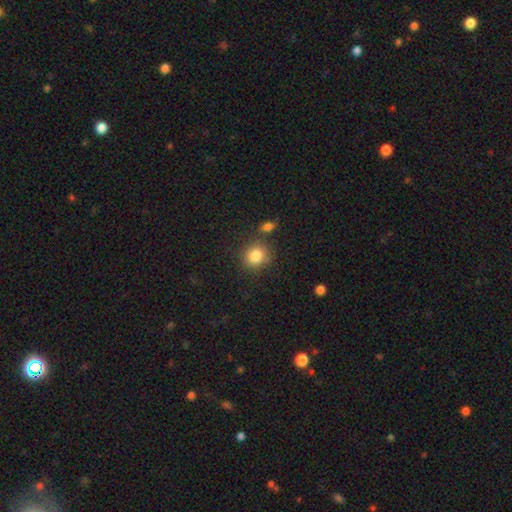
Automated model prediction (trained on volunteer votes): smooth_or_featured: smooth (p=0.84) [alt: star or artifact p=0.10]
how_rounded: round (p=0.82) [alt: in between p=0.17]
merging: none (p=0.77) [alt: minor disturbance p=0.11]